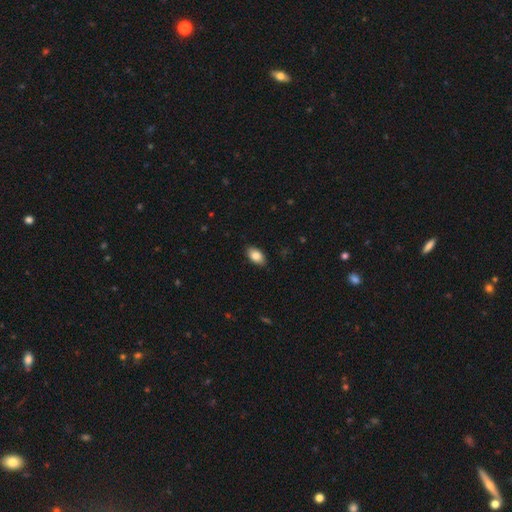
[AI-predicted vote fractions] smooth_or_featured: smooth (p=0.85) [alt: featured or disk p=0.08]
how_rounded: in between (p=0.92) [alt: round p=0.06]
merging: none (p=0.88) [alt: minor disturbance p=0.09]